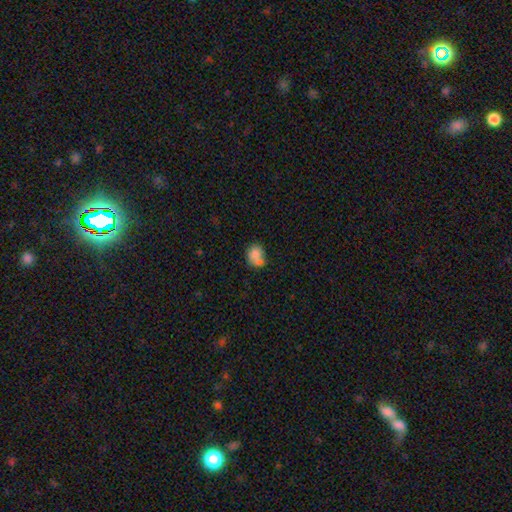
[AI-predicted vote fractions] Smooth or featured: smooth — 77% (featured or disk — 13%)
How rounded: round — 52% (in between — 47%)
Merging: merger — 43% (none — 34%)